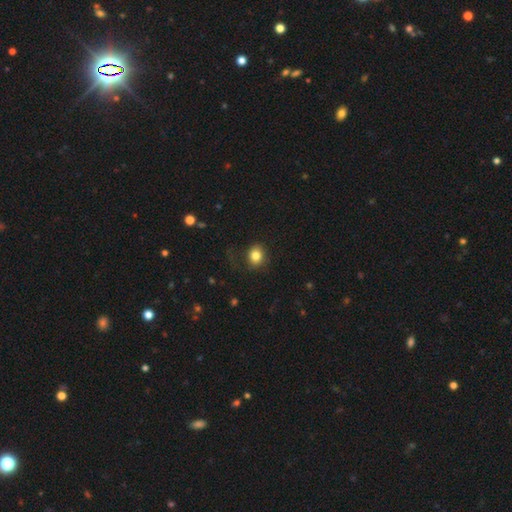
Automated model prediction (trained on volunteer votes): smooth 82%, star or artifact 11%, featured or disk 8%. Down the decision tree: how rounded — round (67%); merging — none (77%).